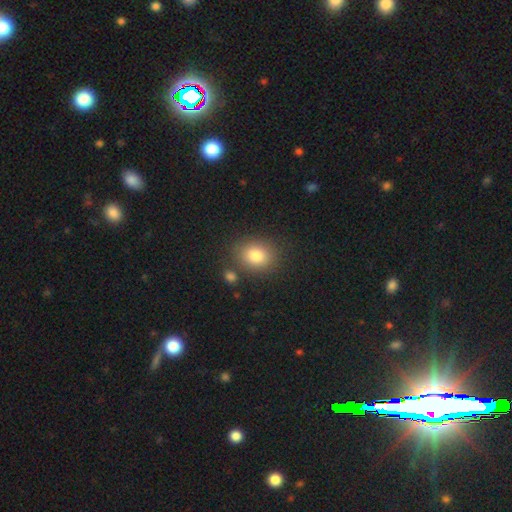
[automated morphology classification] The model was most divided on "how rounded": round: 54%, in between: 45%, cigar-shaped: 1%. More confident: smooth or featured — smooth (83%); merging — none (80%).